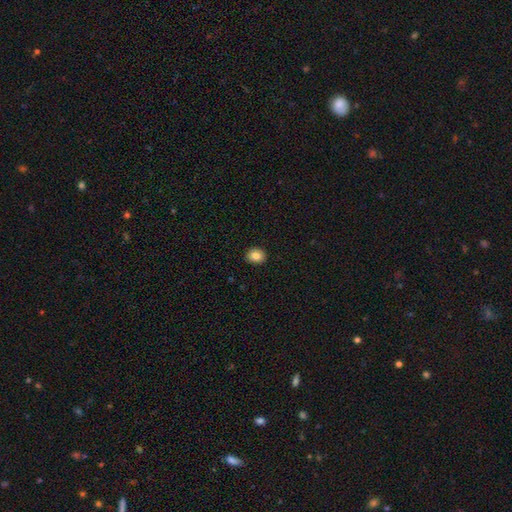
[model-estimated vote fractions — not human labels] This is clearly a smooth galaxy (84%). How rounded: likely round (63%). Merging: clearly none (91%).